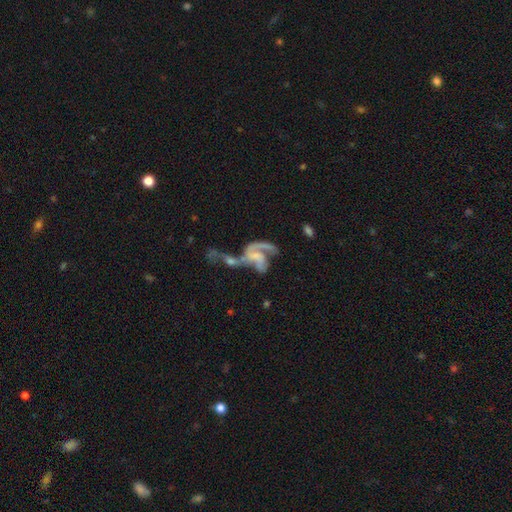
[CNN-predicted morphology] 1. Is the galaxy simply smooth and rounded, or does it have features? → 78% featured or disk, 14% smooth, 8% star or artifact.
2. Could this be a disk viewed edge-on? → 97% no, 3% yes.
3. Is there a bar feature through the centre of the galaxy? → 58% no, 30% weak, 12% strong.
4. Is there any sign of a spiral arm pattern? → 86% yes, 14% no.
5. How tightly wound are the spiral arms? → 51% loose, 37% medium, 12% tight.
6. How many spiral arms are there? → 62% 2, 19% 1, 9% can't tell, 6% 3, 2% 4, 2% more than 4.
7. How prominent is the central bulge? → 47% none, 28% small, 19% moderate, 5% large, 2% dominant.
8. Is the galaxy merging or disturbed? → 59% merger, 21% major disturbance, 13% none, 7% minor disturbance.